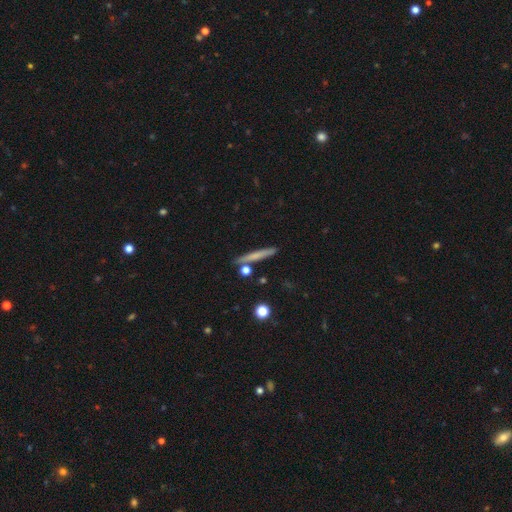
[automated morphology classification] smooth 61%, featured or disk 31%, star or artifact 8%. Down the decision tree: how rounded — cigar-shaped (93%); merging — none (84%).